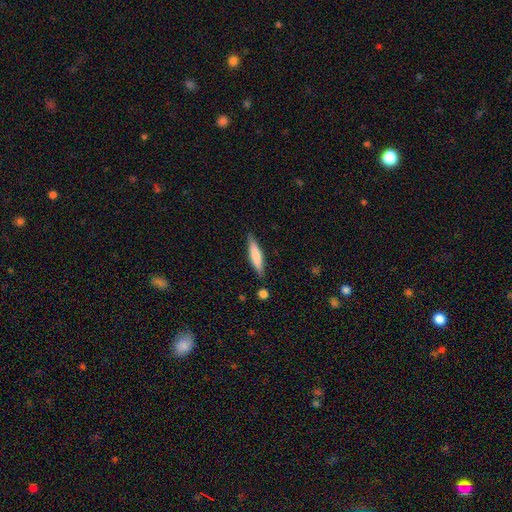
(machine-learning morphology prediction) smooth_or_featured: smooth (p=0.74) [alt: featured or disk p=0.21]
how_rounded: cigar-shaped (p=0.83) [alt: in between p=0.16]
merging: none (p=0.84) [alt: minor disturbance p=0.11]